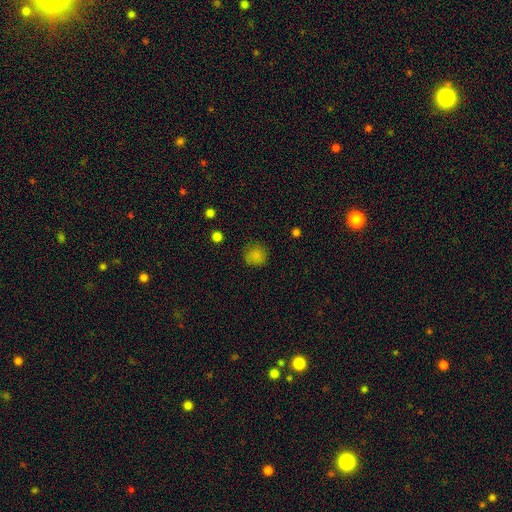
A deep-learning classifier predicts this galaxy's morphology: Q: Smooth or featured?
A: smooth (83%); runner-up: star or artifact (13%)
Q: How rounded?
A: round (89%); runner-up: in between (10%)
Q: Merging?
A: none (82%); runner-up: minor disturbance (13%)